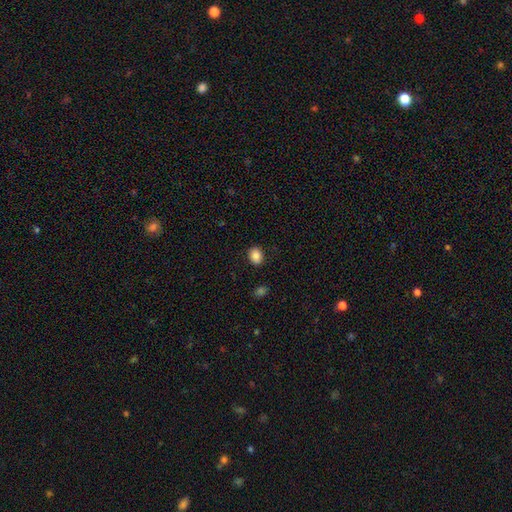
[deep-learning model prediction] Overall: smooth (85%). How rounded: round (50%; in between 49%). Merging: none (88%).